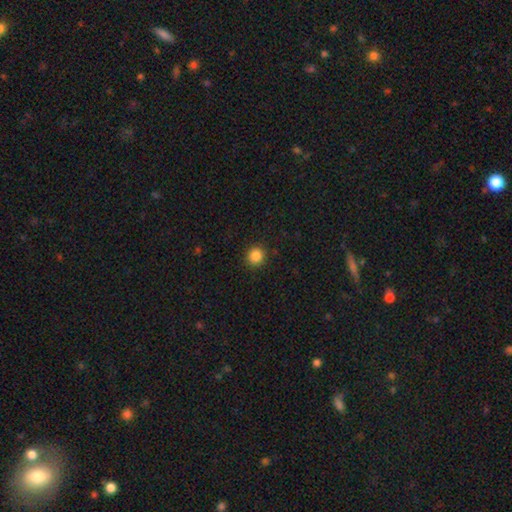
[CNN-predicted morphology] This is clearly a smooth galaxy (85%). How rounded: clearly round (93%). Merging: clearly none (91%).